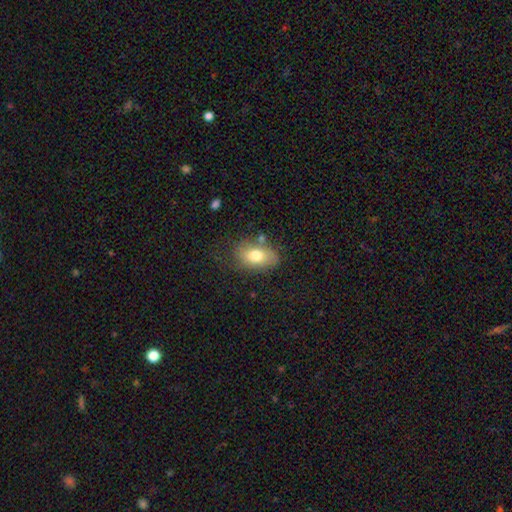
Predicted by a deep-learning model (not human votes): A smooth galaxy with no disk features (74%) that is in between round and cigar-shaped (88%).

Vote fractions:
- Smooth or featured? smooth: 74% / featured or disk: 18% / star or artifact: 8%
- How rounded? in between: 88% / round: 10% / cigar-shaped: 2%
- Merging? none: 68% / minor disturbance: 20% / major disturbance: 7% / merger: 5%